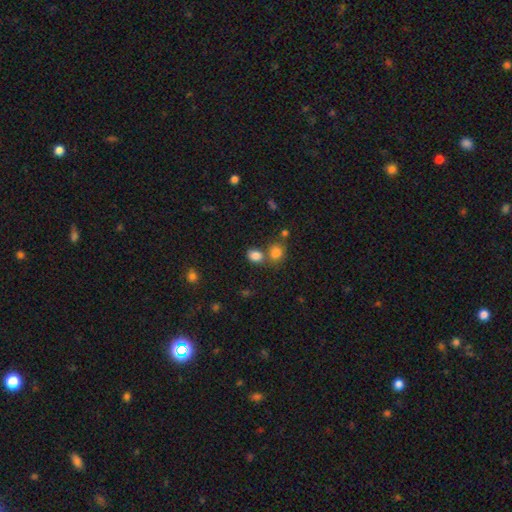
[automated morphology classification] This appears to be a smooth galaxy with no disk features (82%) that is in between round and cigar-shaped (65%). Merging: none (53%).